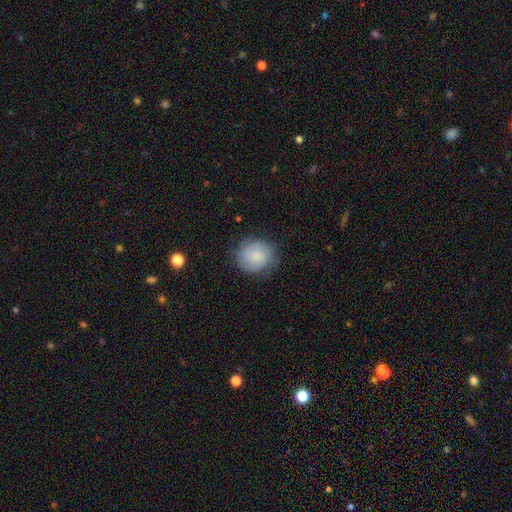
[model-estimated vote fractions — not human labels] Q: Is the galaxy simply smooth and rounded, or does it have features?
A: smooth — 72%.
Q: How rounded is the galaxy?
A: round — 80%.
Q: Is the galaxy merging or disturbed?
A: none — 74%.